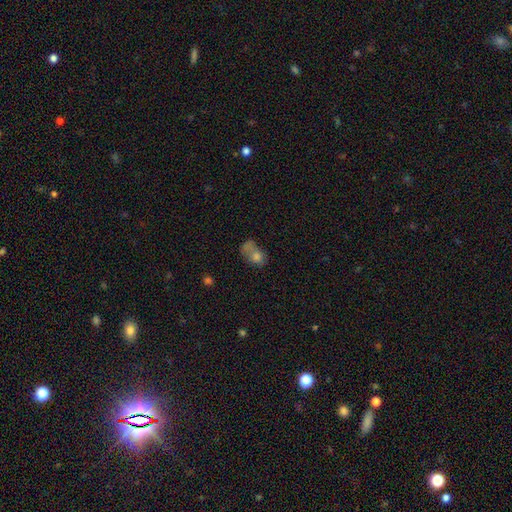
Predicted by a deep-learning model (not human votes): smooth_or_featured: smooth (p=0.60) [alt: featured or disk p=0.22]
how_rounded: in between (p=0.64) [alt: round p=0.33]
merging: none (p=0.31) [alt: merger p=0.25]